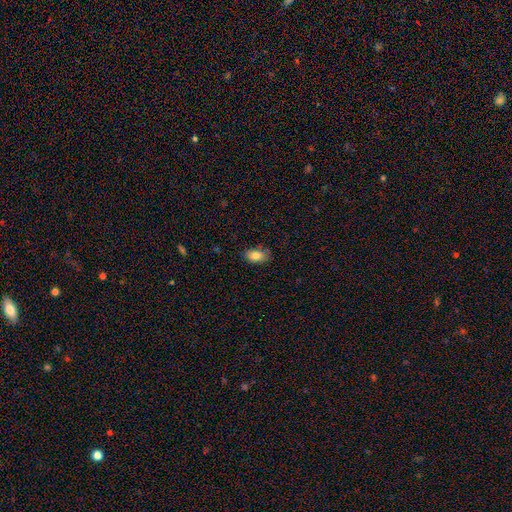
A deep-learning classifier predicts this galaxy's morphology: type=smooth (82%); roundness=in between (90%); merging=none (77%).